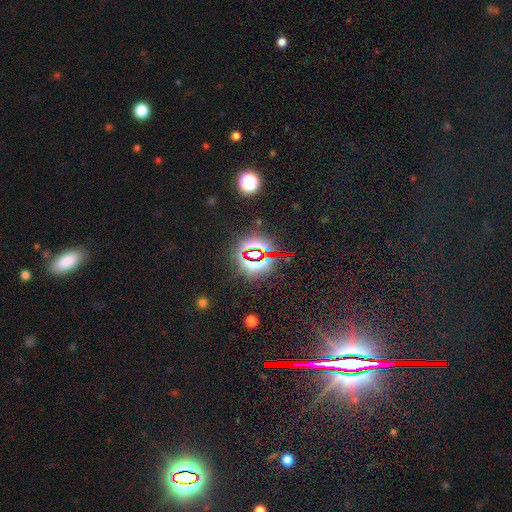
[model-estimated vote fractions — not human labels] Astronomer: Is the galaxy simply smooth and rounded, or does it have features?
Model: star or artifact — 77%.